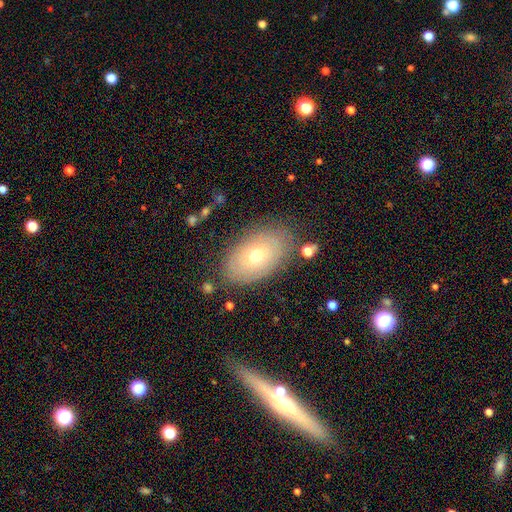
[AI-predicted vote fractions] smooth-or-featured: smooth: 47% | featured or disk: 43% | star or artifact: 9%
  merging: none: 80% | minor disturbance: 14% | major disturbance: 4% | merger: 2%